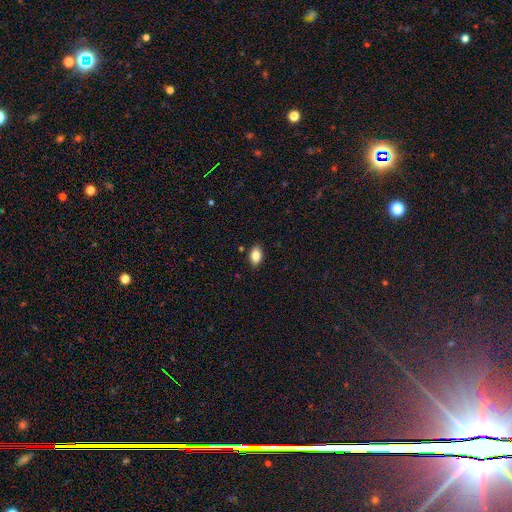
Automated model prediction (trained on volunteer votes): A smooth galaxy with no disk features (83%) that is in between round and cigar-shaped (88%). Merging: none (85%).